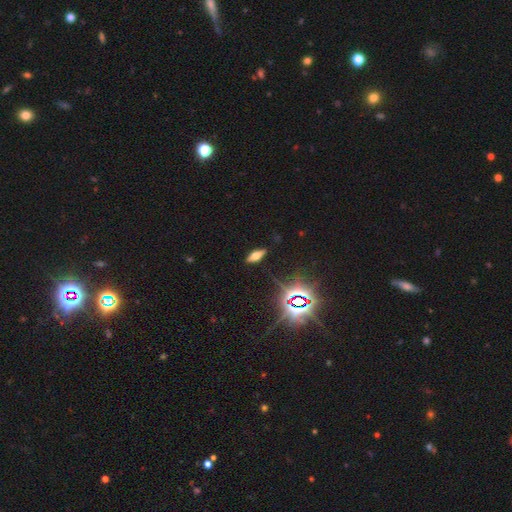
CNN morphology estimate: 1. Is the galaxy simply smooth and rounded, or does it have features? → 43% smooth, 34% featured or disk, 23% star or artifact.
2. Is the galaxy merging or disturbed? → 86% none, 10% minor disturbance, 3% major disturbance, 2% merger.